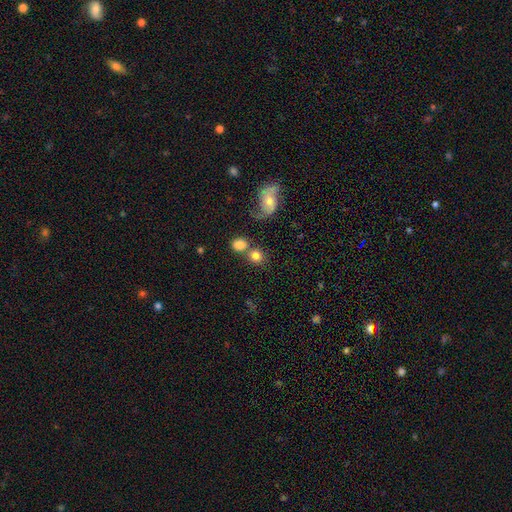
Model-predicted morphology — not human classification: This is likely a smooth galaxy (78%). How rounded: likely round (78%). Merging: possibly none (49%).